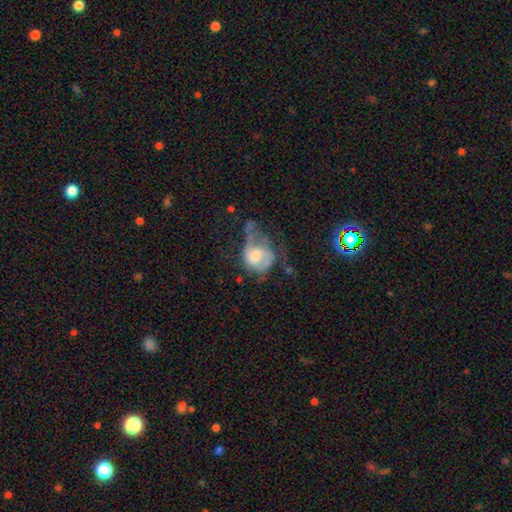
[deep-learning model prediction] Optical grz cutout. It shows a featured or disk galaxy (57%) with no bar (60%), spiral arms (69%) and a moderate central bulge (51%). Merging: major disturbance (42%).